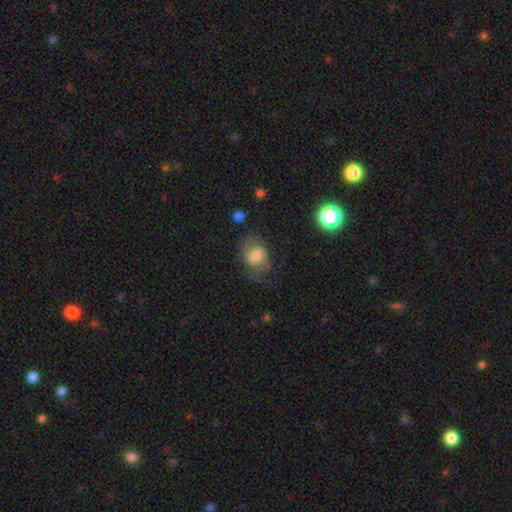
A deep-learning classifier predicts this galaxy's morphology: The model was most divided on "how rounded": in between: 54%, round: 45%, cigar-shaped: 1%. More confident: smooth or featured — smooth (64%); merging — none (52%).